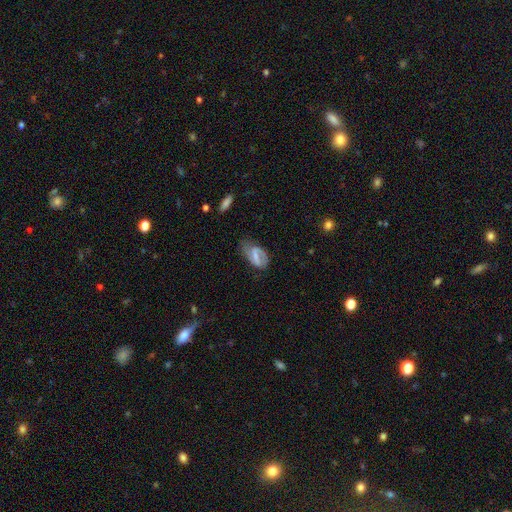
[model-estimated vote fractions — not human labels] smooth_or_featured: featured or disk (p=0.57) [alt: smooth p=0.35]
disk_edge_on: no (p=0.94) [alt: yes p=0.06]
bar: strong (p=0.49) [alt: weak p=0.36]
has_spiral_arms: yes (p=0.69) [alt: no p=0.31]
bulge_size: small (p=0.37) [alt: none p=0.34]
merging: none (p=0.47) [alt: minor disturbance p=0.32]